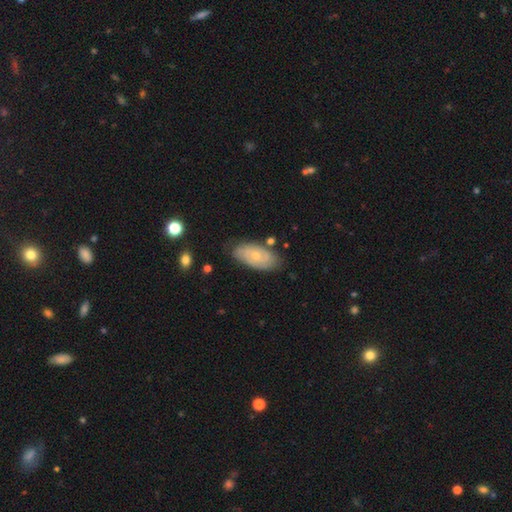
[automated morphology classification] featured or disk 51%, smooth 42%, star or artifact 7%. Down the decision tree: edge-on disk — no (91%); merging — none (74%).